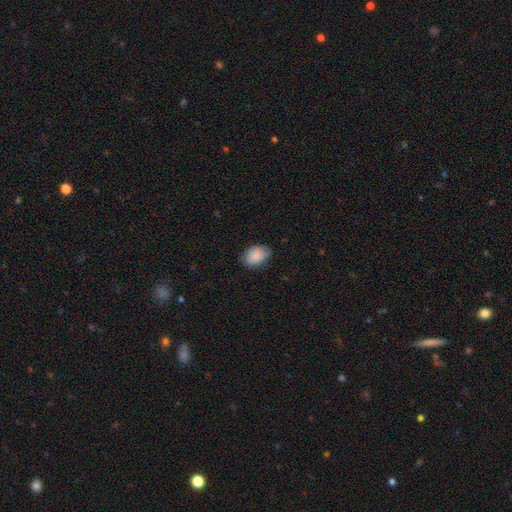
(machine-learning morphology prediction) Smooth or featured?
  - smooth: 88% *
  - star or artifact: 7%
  - featured or disk: 5%
How rounded?
  - in between: 80% *
  - round: 19%
  - cigar-shaped: 1%
Merging?
  - none: 75% *
  - minor disturbance: 20%
  - major disturbance: 4%
  - merger: 1%